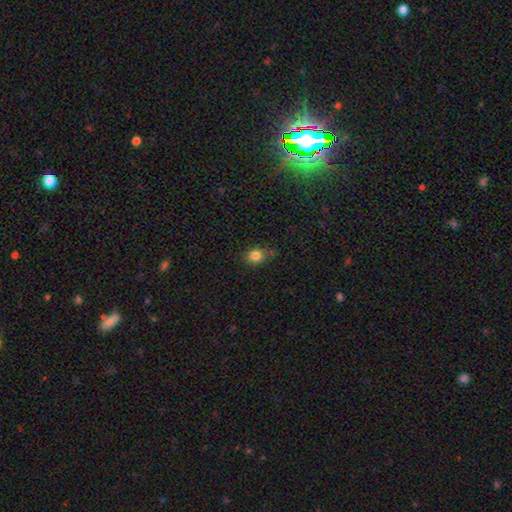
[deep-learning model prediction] Morphology: type=smooth (83%); roundness=round (57%); merging=none (74%).